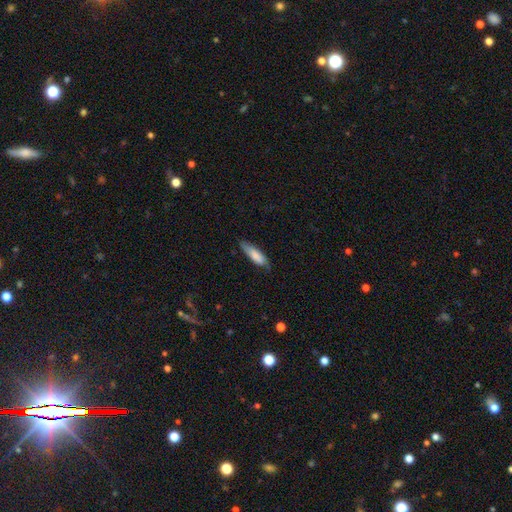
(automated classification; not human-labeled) Q: Smooth or featured?
A: smooth (76%); runner-up: featured or disk (18%)
Q: How rounded?
A: cigar-shaped (56%); runner-up: in between (43%)
Q: Merging?
A: none (69%); runner-up: minor disturbance (24%)